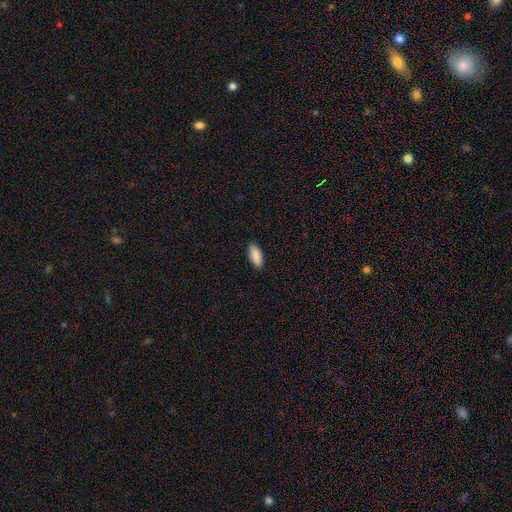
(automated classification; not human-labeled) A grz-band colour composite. It shows a smooth galaxy with no disk features (91%) that is in between round and cigar-shaped (81%). Merging: none (90%).